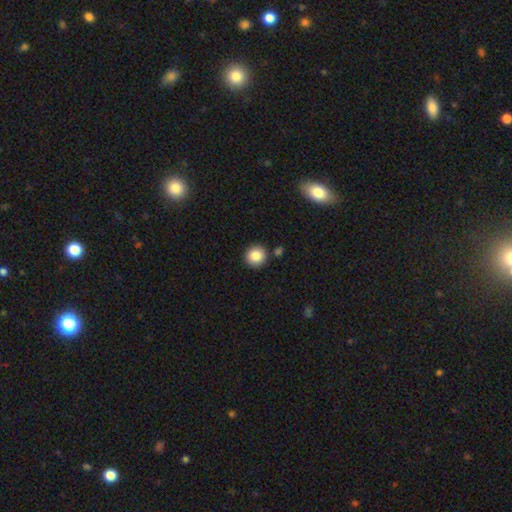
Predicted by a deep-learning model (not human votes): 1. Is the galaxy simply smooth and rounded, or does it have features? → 85% smooth, 9% star or artifact, 6% featured or disk.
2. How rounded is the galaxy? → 94% round, 5% in between, 1% cigar-shaped.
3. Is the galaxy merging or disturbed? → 87% none, 7% minor disturbance, 4% merger, 2% major disturbance.